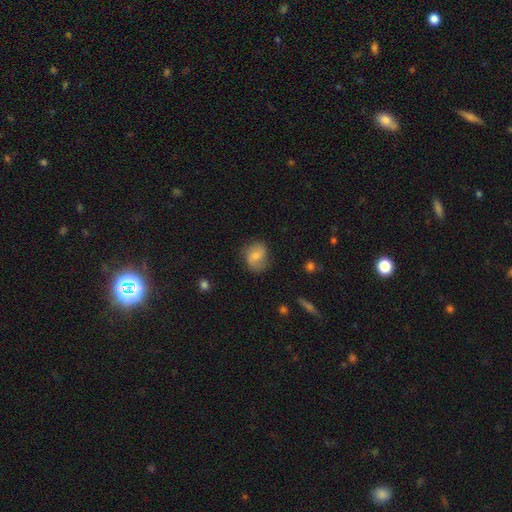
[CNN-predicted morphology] Overall: smooth (51%; featured or disk 41%). How rounded: round (57%; in between 42%). Merging: none (70%).